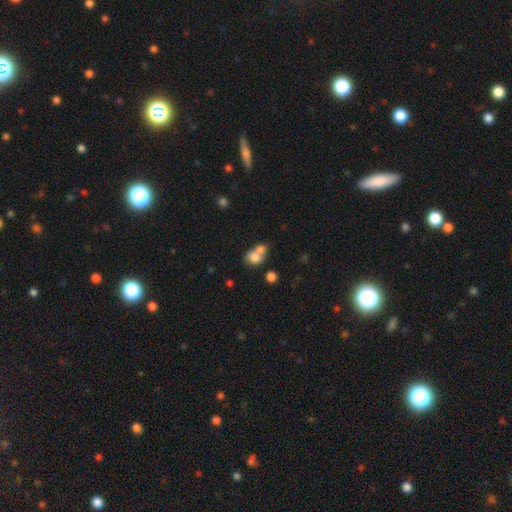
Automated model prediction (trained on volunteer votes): Smooth or featured: smooth — 76% (featured or disk — 14%)
How rounded: round — 58% (in between — 41%)
Merging: merger — 61% (none — 26%)